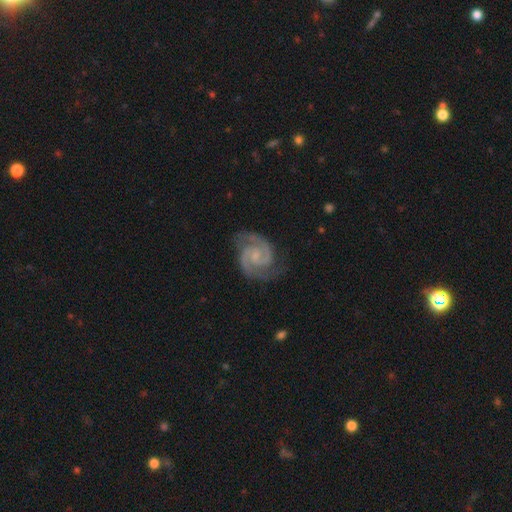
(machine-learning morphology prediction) Q: Smooth or featured?
A: featured or disk (93%); runner-up: star or artifact (4%)
Q: Edge-on disk?
A: no (98%); runner-up: yes (2%)
Q: Bar?
A: no (52%); runner-up: weak (40%)
Q: Spiral arms?
A: yes (99%); runner-up: no (1%)
Q: Spiral winding?
A: medium (50%); runner-up: tight (44%)
Q: Spiral arm count?
A: 2 (94%); runner-up: 3 (2%)
Q: Bulge size?
A: small (54%); runner-up: none (24%)
Q: Merging?
A: none (79%); runner-up: minor disturbance (16%)